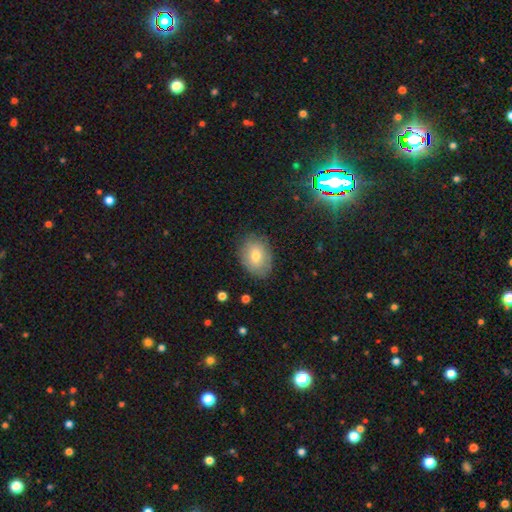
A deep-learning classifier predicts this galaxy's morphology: type=smooth (68%); roundness=in between (70%); merging=none (82%).